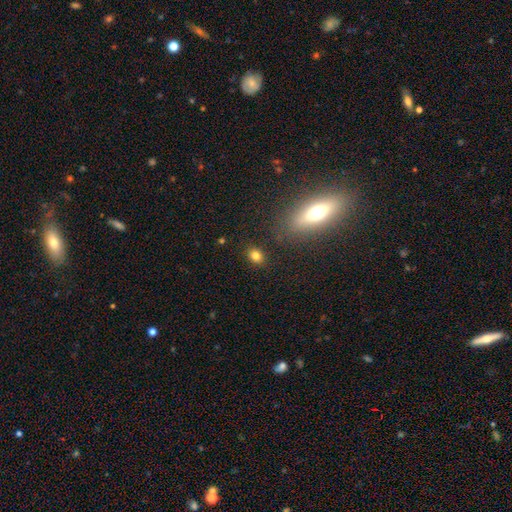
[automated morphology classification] Smooth or featured? smooth (81%)
How rounded? in between (58%)
Merging? none (86%)